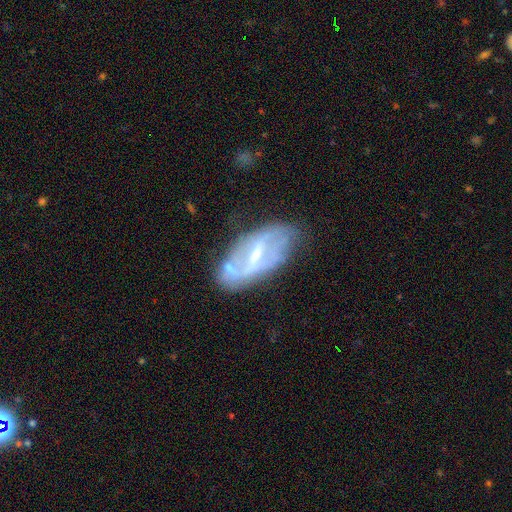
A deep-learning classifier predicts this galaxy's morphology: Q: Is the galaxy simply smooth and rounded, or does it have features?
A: featured or disk — 71%.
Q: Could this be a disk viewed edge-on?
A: no — 90%.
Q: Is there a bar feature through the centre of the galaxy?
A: weak — 44%.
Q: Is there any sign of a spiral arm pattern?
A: yes — 62%.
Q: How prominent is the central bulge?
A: small — 52%.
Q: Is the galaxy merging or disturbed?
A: none — 57%.